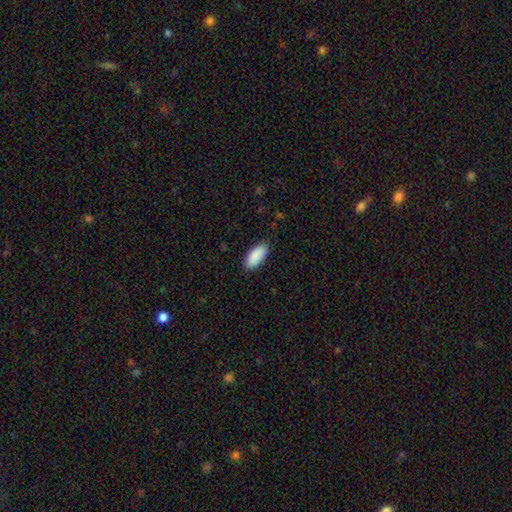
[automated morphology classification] Smooth or featured? smooth (91%)
How rounded? in between (90%)
Merging? none (88%)